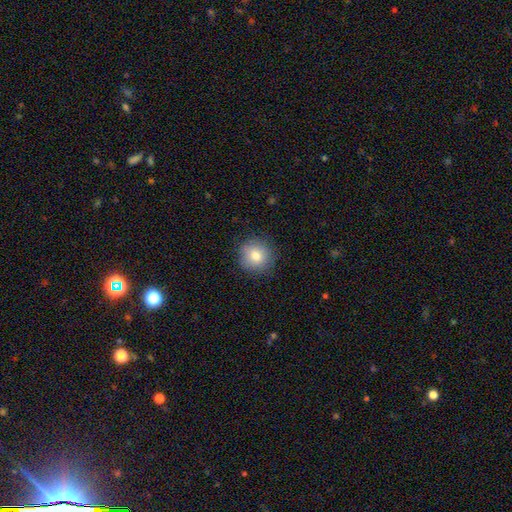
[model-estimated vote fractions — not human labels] The model was most divided on "smooth or featured": smooth: 78%, featured or disk: 11%, star or artifact: 11%. More confident: how rounded — round (92%); merging — none (86%).